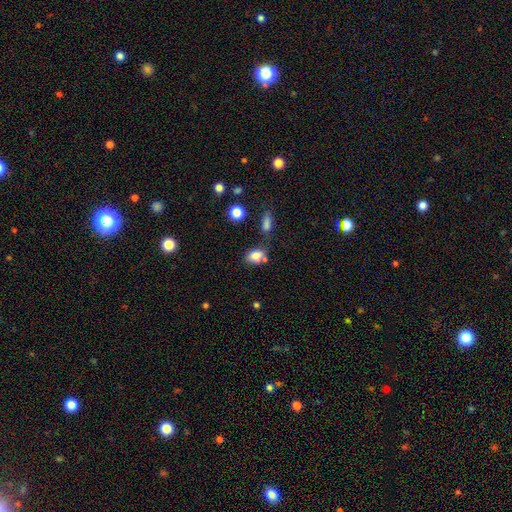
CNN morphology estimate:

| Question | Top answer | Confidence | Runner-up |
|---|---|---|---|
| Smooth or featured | smooth | 79% | star or artifact (11%) |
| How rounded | in between | 71% | round (27%) |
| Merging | none | 56% | merger (21%) |